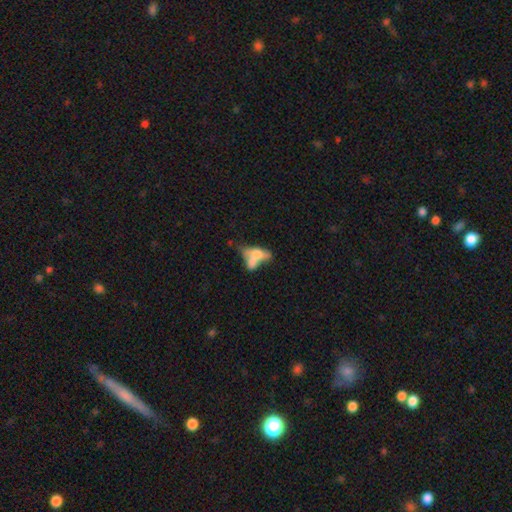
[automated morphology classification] This is possibly a smooth galaxy (53%). How rounded: likely in between (75%). Merging: possibly merger (60%).